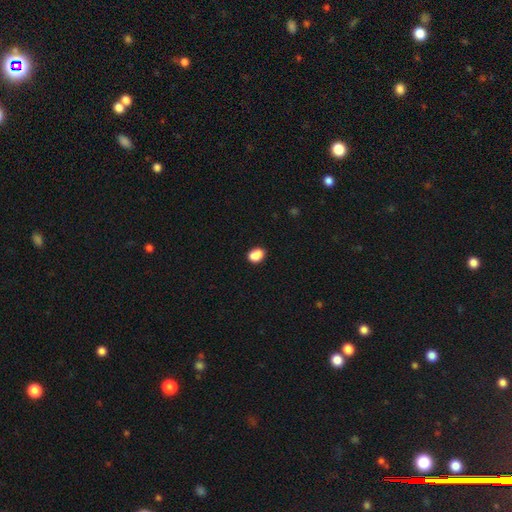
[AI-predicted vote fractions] Smooth or featured: smooth — 84% (star or artifact — 10%)
How rounded: in between — 66% (round — 32%)
Merging: none — 65% (minor disturbance — 18%)